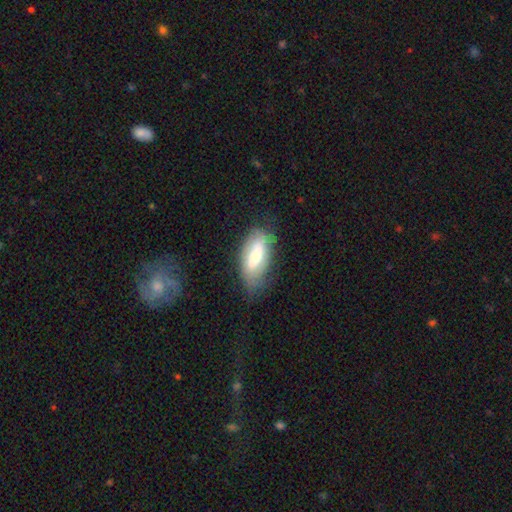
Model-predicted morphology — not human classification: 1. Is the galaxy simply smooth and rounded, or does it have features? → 65% smooth, 28% featured or disk, 7% star or artifact.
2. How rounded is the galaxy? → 84% in between, 13% cigar-shaped, 3% round.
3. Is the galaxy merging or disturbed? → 64% none, 26% minor disturbance, 8% major disturbance, 2% merger.